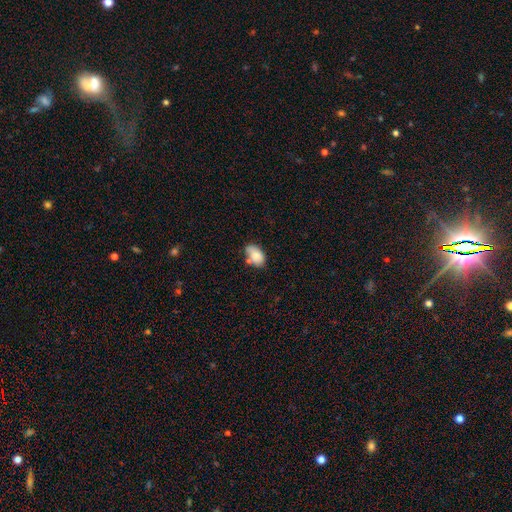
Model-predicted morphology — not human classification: Smooth or featured? Predicted: smooth (p=0.80). How rounded? Predicted: in between (p=0.91). Merging? Predicted: none (p=0.55).